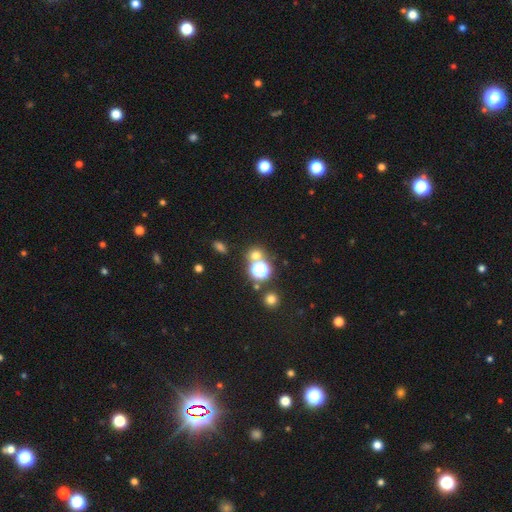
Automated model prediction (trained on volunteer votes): A smooth galaxy with no disk features (59%) that is round (80%). Merging: none (68%).